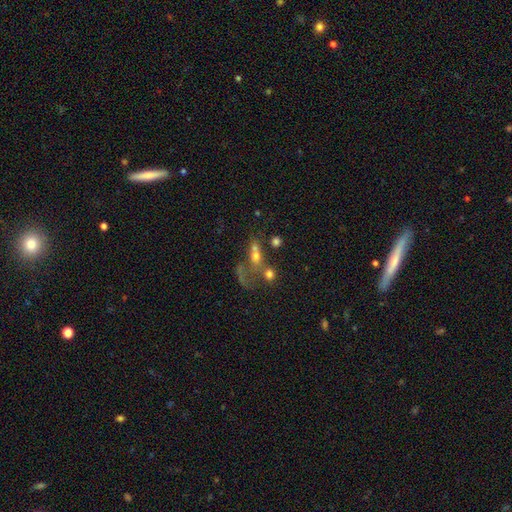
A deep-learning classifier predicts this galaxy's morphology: Q: Smooth or featured?
A: smooth (45%); runner-up: featured or disk (33%)
Q: Merging?
A: merger (49%); runner-up: major disturbance (22%)